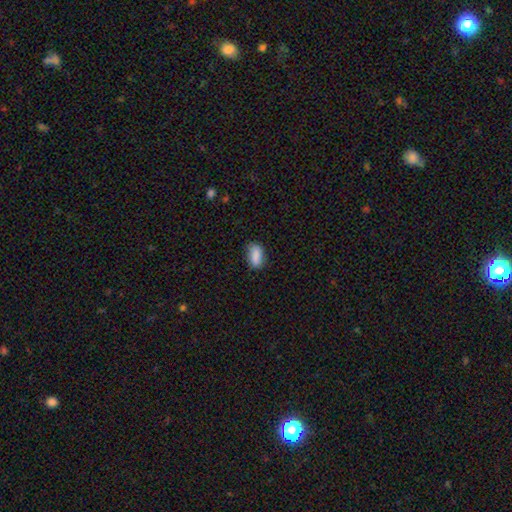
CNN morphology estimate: This is clearly a smooth galaxy (86%). How rounded: clearly in between (87%). Merging: likely none (76%).